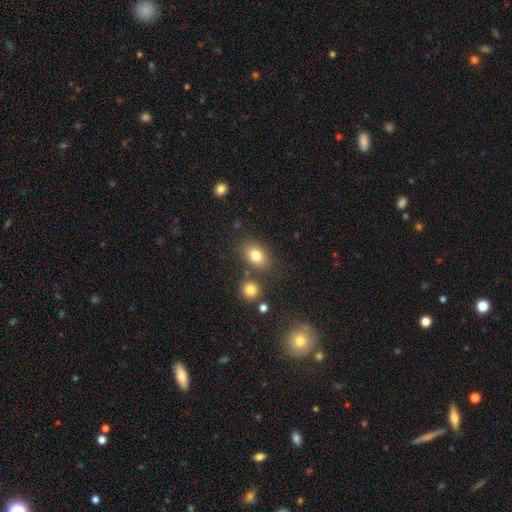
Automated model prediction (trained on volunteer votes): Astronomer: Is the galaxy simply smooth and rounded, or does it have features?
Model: smooth — 80%.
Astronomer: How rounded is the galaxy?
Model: in between — 74%.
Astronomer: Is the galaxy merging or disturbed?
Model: none — 74%.